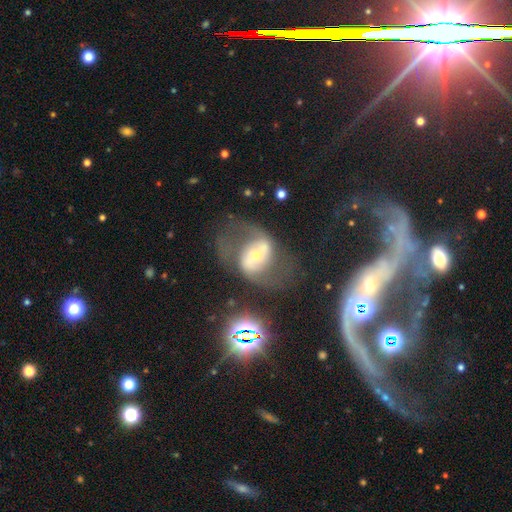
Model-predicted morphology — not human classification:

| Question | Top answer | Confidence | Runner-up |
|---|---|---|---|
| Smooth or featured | featured or disk | 79% | smooth (12%) |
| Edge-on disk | no | 96% | yes (4%) |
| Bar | strong | 46% | weak (31%) |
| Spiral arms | yes | 85% | no (15%) |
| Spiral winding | loose | 47% | medium (42%) |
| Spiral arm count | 2 | 88% | can't tell (6%) |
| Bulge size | moderate | 48% | small (42%) |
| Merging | none | 58% | major disturbance (22%) |